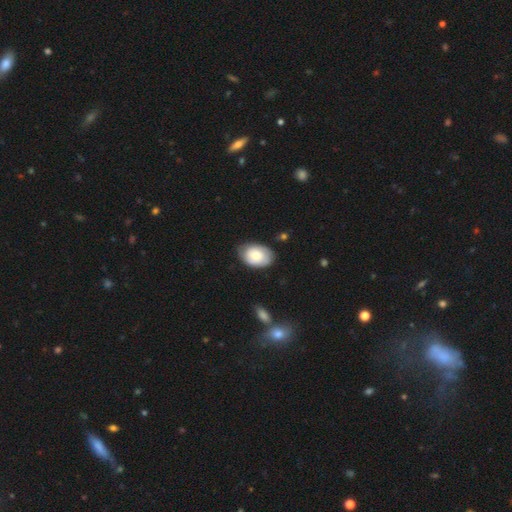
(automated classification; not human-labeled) Smooth or featured? smooth (65%)
How rounded? in between (83%)
Merging? none (72%)